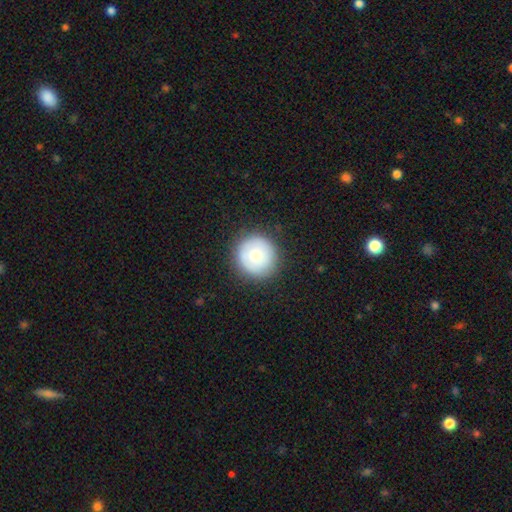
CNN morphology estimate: type=smooth (65%); roundness=round (94%); merging=none (86%).